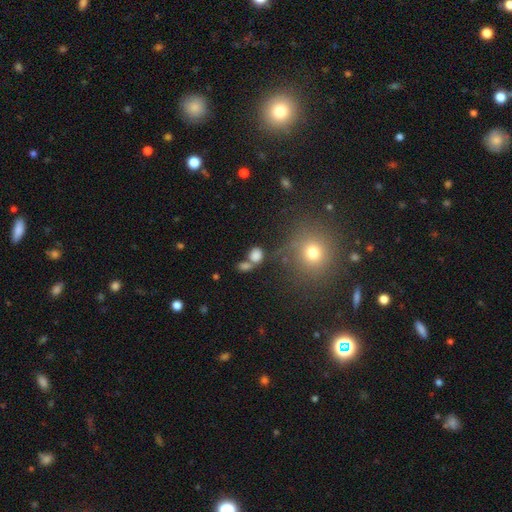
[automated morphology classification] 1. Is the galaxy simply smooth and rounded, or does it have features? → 77% smooth, 14% star or artifact, 9% featured or disk.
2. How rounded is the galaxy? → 53% round, 45% in between, 3% cigar-shaped.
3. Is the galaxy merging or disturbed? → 45% none, 36% merger, 11% minor disturbance, 8% major disturbance.